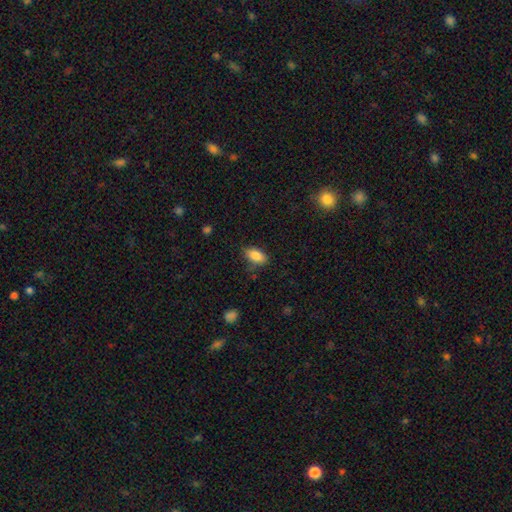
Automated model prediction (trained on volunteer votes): This appears to be a smooth galaxy with no disk features (86%) that is in between round and cigar-shaped (91%). Merging: none (78%).